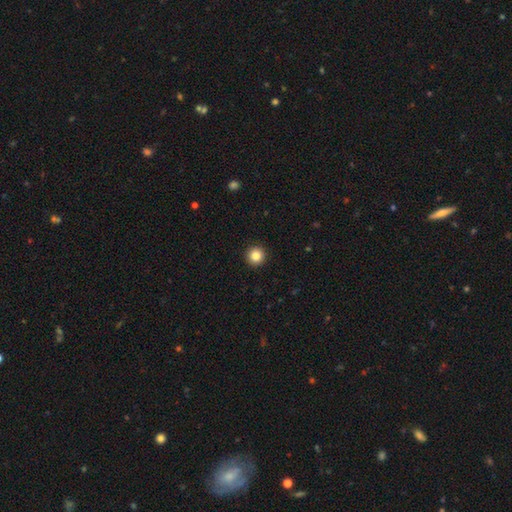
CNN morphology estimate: Smooth or featured: smooth — 86% (star or artifact — 10%)
How rounded: round — 96% (in between — 3%)
Merging: none — 93% (minor disturbance — 4%)